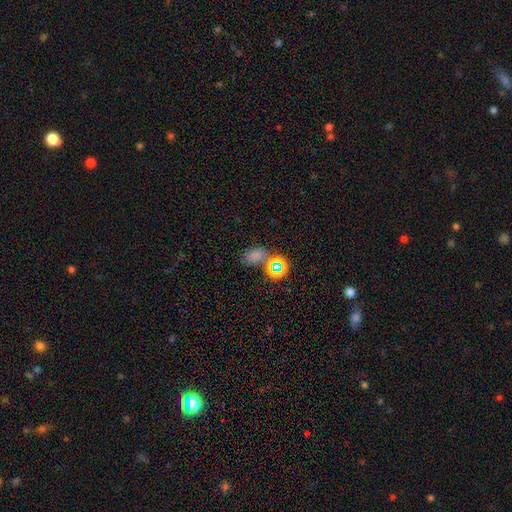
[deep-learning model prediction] Morphology: type=smooth (61%); roundness=in between (78%); merging=none (60%).